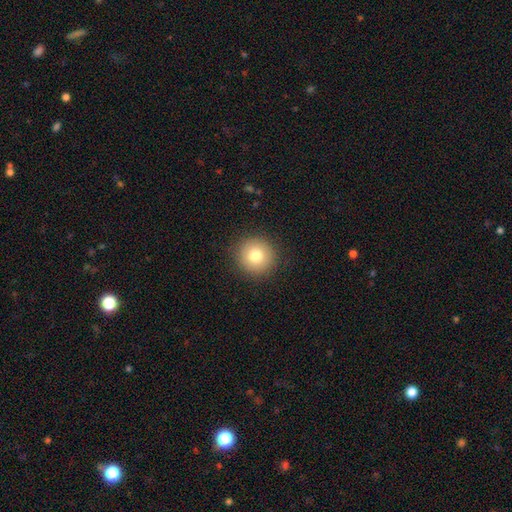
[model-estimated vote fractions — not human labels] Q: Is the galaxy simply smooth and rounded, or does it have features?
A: smooth — 79%.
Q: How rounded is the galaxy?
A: round — 95%.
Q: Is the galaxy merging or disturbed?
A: none — 91%.